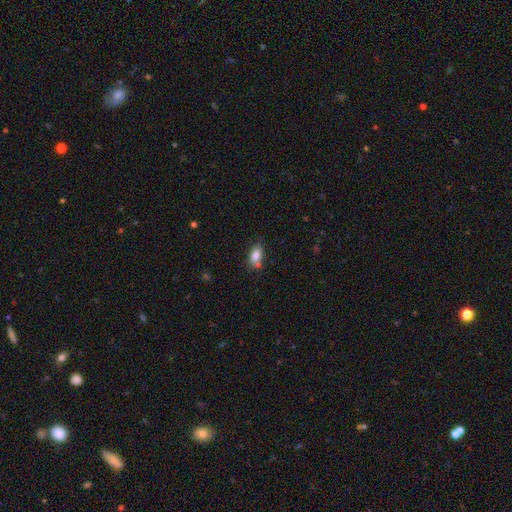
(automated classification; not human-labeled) Smooth or featured? smooth (82%)
How rounded? in between (87%)
Merging? none (60%)